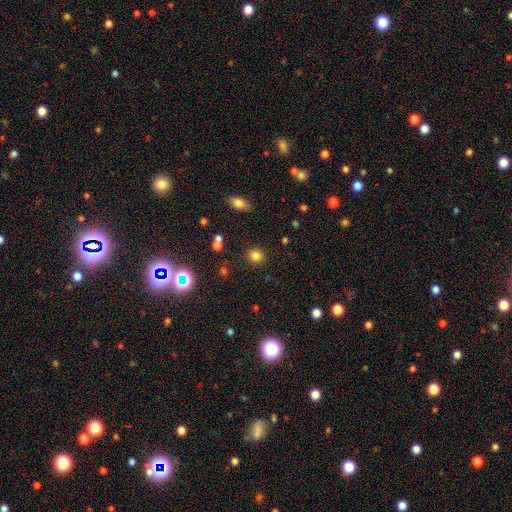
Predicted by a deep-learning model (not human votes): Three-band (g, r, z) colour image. It shows a smooth galaxy with no disk features (80%) that is round (88%). Merging: none (88%).